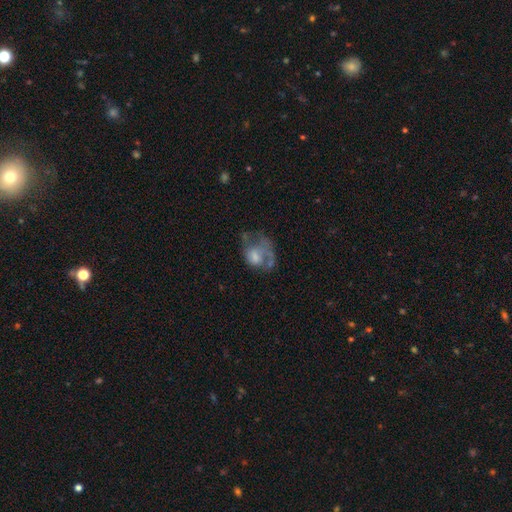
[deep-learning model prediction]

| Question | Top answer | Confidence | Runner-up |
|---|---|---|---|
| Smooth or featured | featured or disk | 46% | smooth (43%) |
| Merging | major disturbance | 48% | none (24%) |